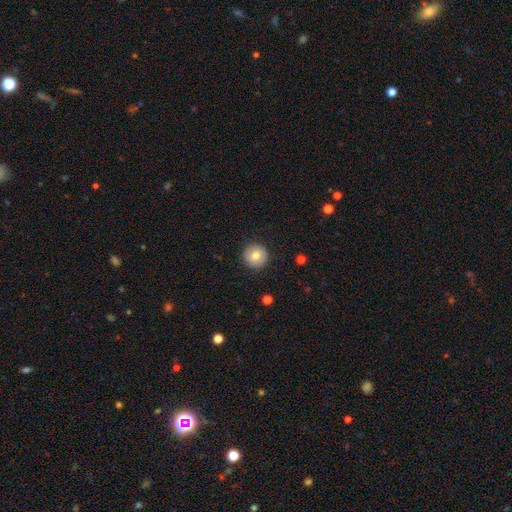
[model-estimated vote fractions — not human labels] smooth_or_featured: smooth (p=0.74) [alt: featured or disk p=0.17]
how_rounded: round (p=0.95) [alt: in between p=0.04]
merging: none (p=0.91) [alt: minor disturbance p=0.06]